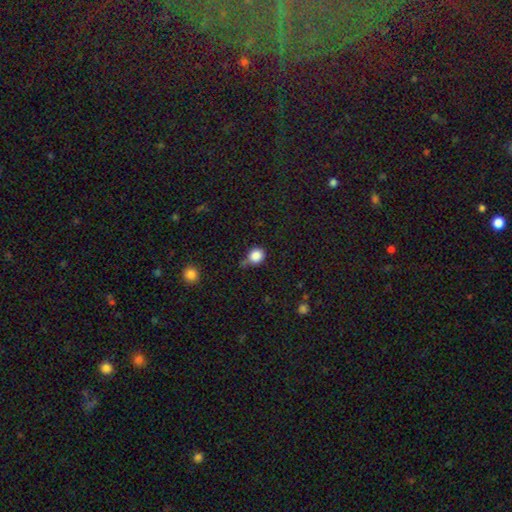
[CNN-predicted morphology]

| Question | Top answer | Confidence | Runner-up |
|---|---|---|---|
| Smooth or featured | smooth | 85% | star or artifact (10%) |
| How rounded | round | 81% | in between (18%) |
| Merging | none | 49% | minor disturbance (33%) |